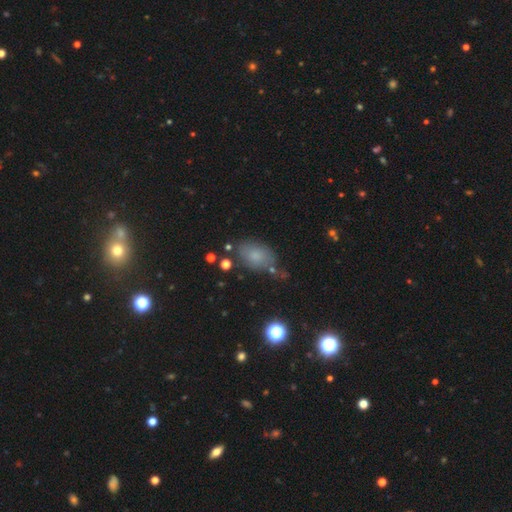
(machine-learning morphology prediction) This appears to be a smooth galaxy with no disk features (76%) that is in between round and cigar-shaped (84%). Merging: none (68%).